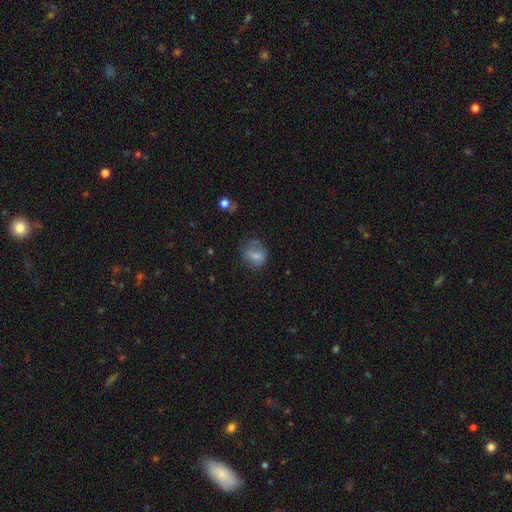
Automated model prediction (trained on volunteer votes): Smooth or featured? Predicted: smooth (p=0.69). How rounded? Predicted: round (p=0.63). Merging? Predicted: none (p=0.54).